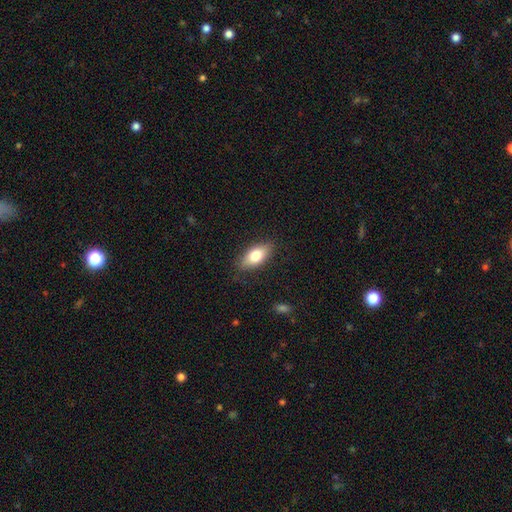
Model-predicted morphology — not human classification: Smooth or featured? smooth (76%)
How rounded? in between (85%)
Merging? none (84%)